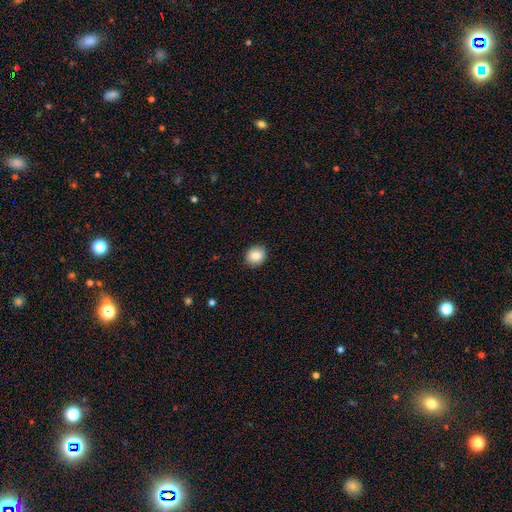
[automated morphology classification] Smooth or featured: smooth — 87% (star or artifact — 8%)
How rounded: round — 72% (in between — 27%)
Merging: none — 89% (minor disturbance — 8%)